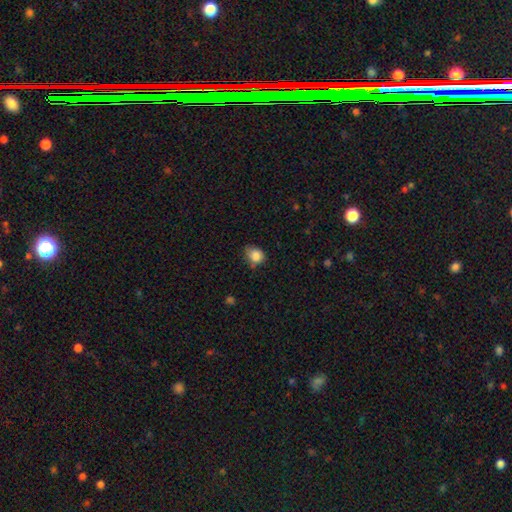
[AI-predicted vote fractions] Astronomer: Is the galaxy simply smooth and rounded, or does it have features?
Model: smooth — 85%.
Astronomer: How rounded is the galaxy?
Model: round — 56% (runner-up: in between, 43%).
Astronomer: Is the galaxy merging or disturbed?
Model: none — 56% (runner-up: minor disturbance, 34%).